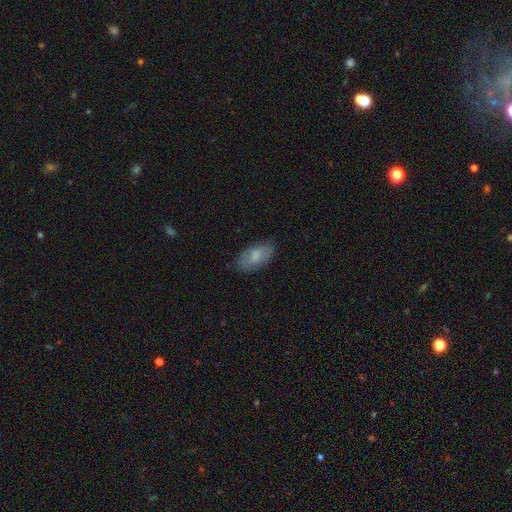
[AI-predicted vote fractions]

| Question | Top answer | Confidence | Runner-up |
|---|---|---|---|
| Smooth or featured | smooth | 71% | featured or disk (23%) |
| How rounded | in between | 93% | cigar-shaped (4%) |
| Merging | none | 78% | minor disturbance (17%) |